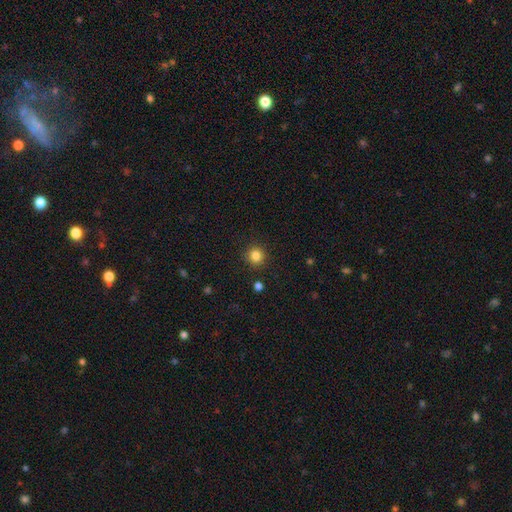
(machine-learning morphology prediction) A smooth galaxy with no disk features (84%) that is round (93%).

Vote fractions:
- Smooth or featured? smooth: 84% / star or artifact: 12% / featured or disk: 4%
- How rounded? round: 93% / in between: 6% / cigar-shaped: 1%
- Merging? none: 90% / minor disturbance: 6% / major disturbance: 2% / merger: 2%